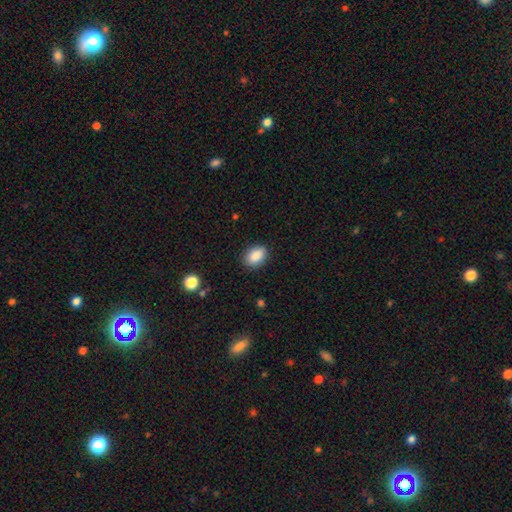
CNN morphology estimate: Smooth or featured? Predicted: smooth (p=0.87). How rounded? Predicted: in between (p=0.83). Merging? Predicted: none (p=0.87).